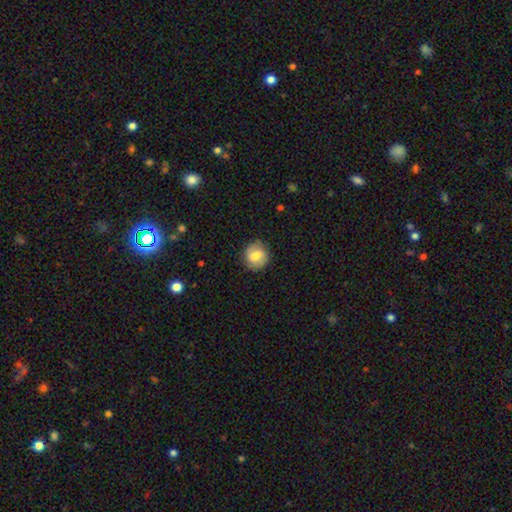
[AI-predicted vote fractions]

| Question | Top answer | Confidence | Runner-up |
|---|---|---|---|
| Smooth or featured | smooth | 67% | featured or disk (26%) |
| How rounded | round | 85% | in between (14%) |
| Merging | none | 84% | minor disturbance (12%) |